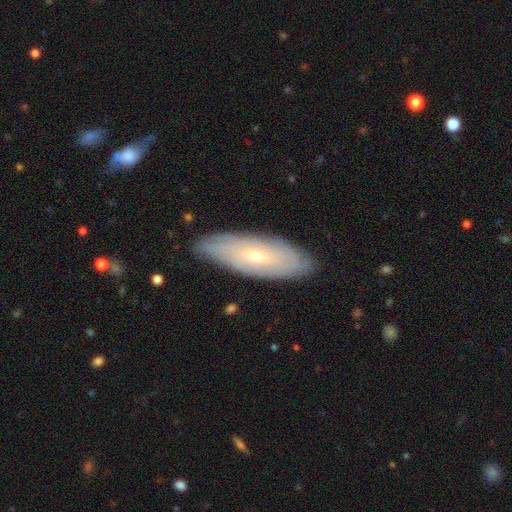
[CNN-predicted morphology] A featured or disk galaxy (56%). Merging: none (84%).